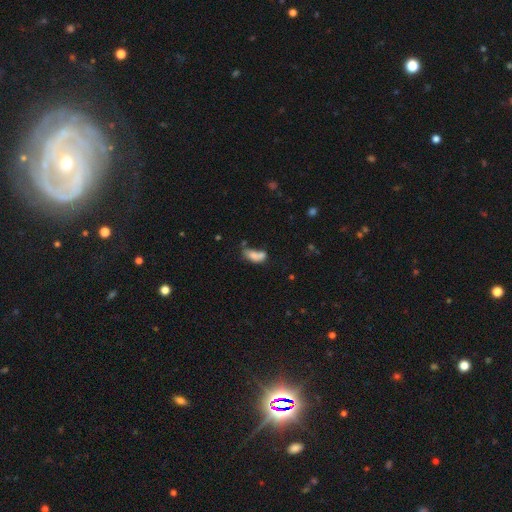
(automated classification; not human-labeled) A smooth galaxy with no disk features (71%) that is in between round and cigar-shaped (84%).

Vote fractions:
- Smooth or featured? smooth: 71% / featured or disk: 18% / star or artifact: 11%
- How rounded? in between: 84% / cigar-shaped: 10% / round: 6%
- Merging? merger: 37% / none: 26% / minor disturbance: 20% / major disturbance: 18%